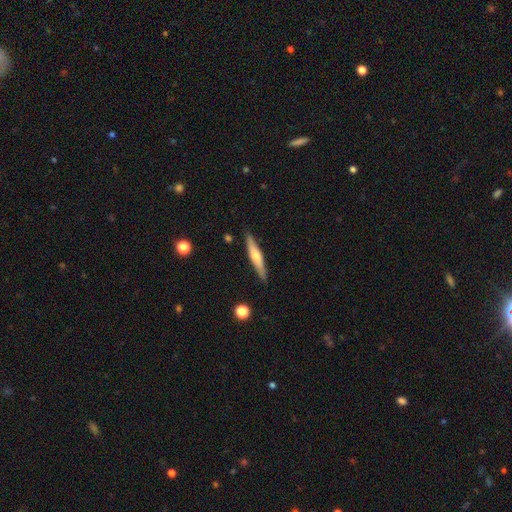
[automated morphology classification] Q: Smooth or featured?
A: featured or disk (48%); runner-up: smooth (46%)
Q: Merging?
A: none (87%); runner-up: minor disturbance (10%)